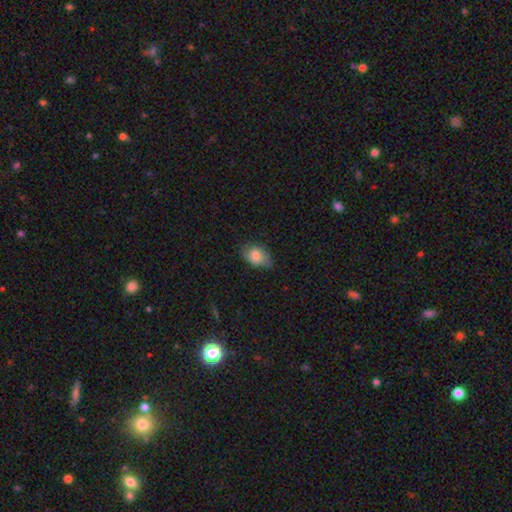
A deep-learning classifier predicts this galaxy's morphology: The model was most divided on "merging": none: 64%, minor disturbance: 29%, major disturbance: 6%, merger: 1%. More confident: how rounded — in between (80%); smooth or featured — smooth (79%).